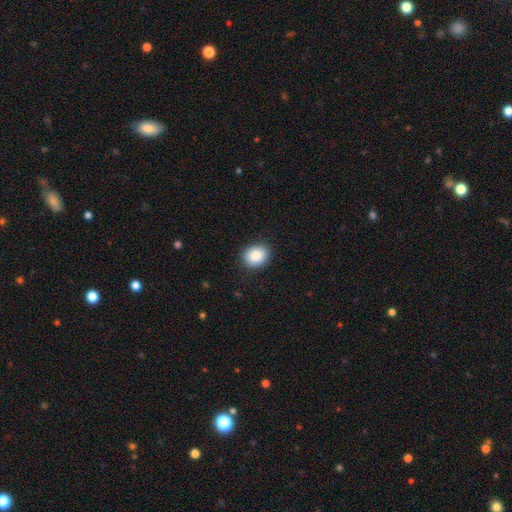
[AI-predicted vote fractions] This is clearly a smooth galaxy (88%). How rounded: possibly round (54%). Merging: clearly none (89%).